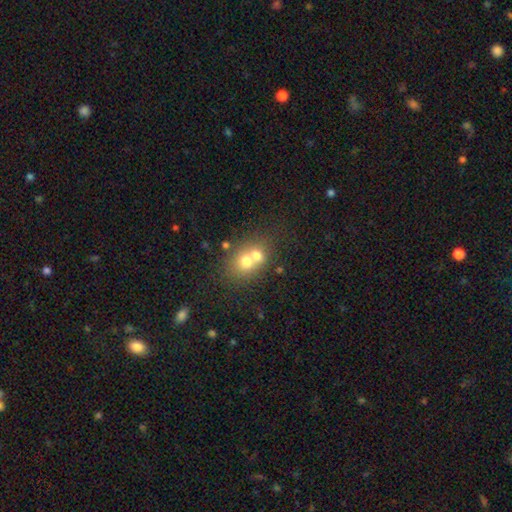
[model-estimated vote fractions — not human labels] Smooth or featured: smooth — 60% (featured or disk — 20%)
How rounded: round — 67% (in between — 32%)
Merging: merger — 51% (none — 38%)